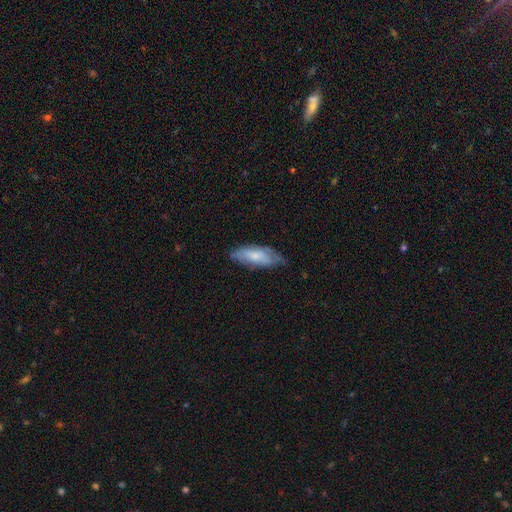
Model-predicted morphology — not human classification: smooth 66%, featured or disk 28%, star or artifact 6%. Down the decision tree: how rounded — in between (72%); merging — none (59%).